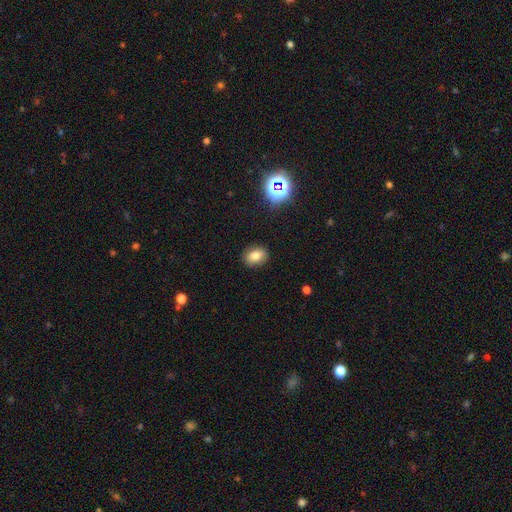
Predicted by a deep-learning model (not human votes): Smooth or featured? Predicted: smooth (p=0.78). How rounded? Predicted: in between (p=0.71). Merging? Predicted: none (p=0.88).